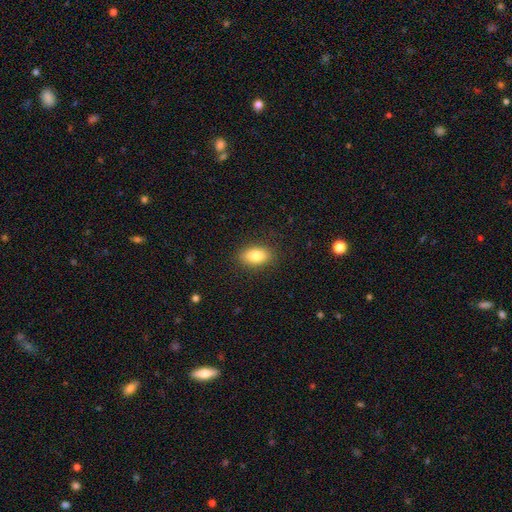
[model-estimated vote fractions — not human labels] This appears to be a smooth galaxy with no disk features (82%) that is in between round and cigar-shaped (89%). Merging: none (87%).